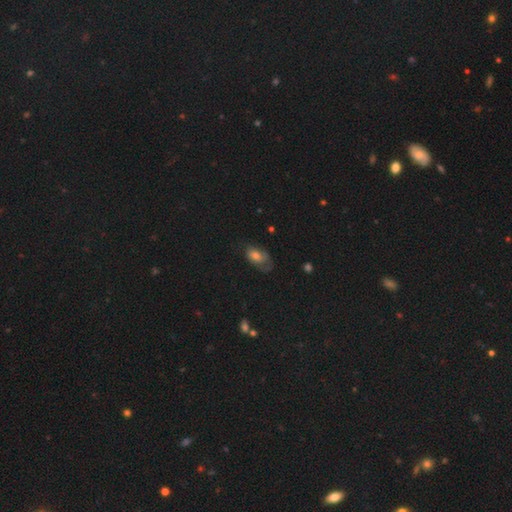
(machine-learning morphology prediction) Smooth or featured: smooth — 54% (featured or disk — 33%)
How rounded: in between — 86% (round — 11%)
Merging: none — 48% (minor disturbance — 30%)